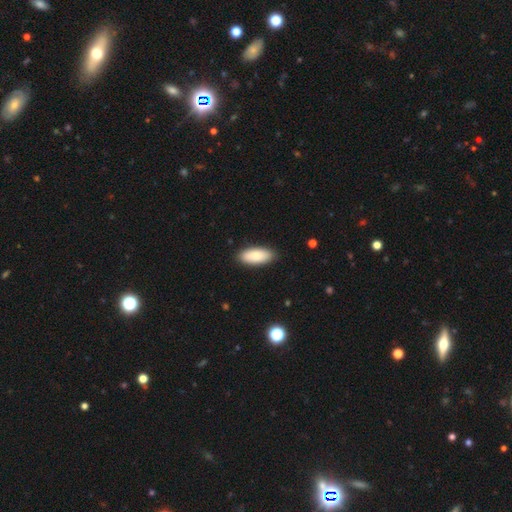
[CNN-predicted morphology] Smooth or featured? smooth (86%)
How rounded? in between (86%)
Merging? none (88%)